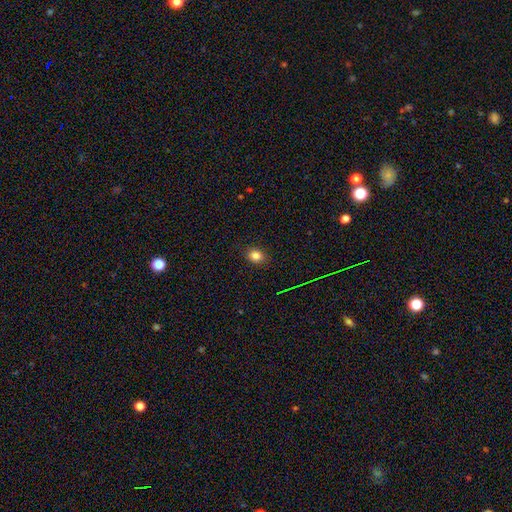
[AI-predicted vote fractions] Morphology: type=smooth (81%); roundness=in between (51%); merging=none (88%).